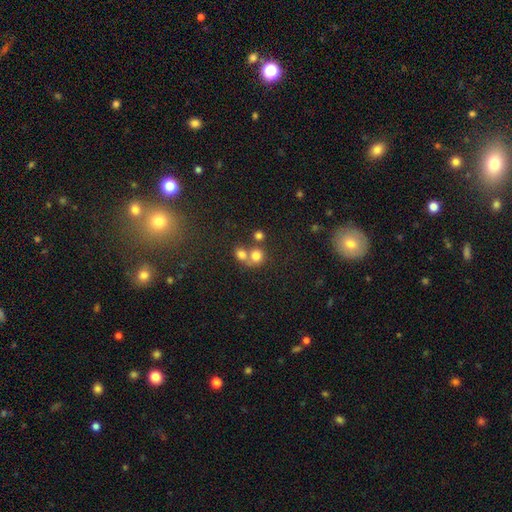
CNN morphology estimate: This is likely a smooth galaxy (74%). How rounded: likely round (79%). Merging: possibly merger (56%).